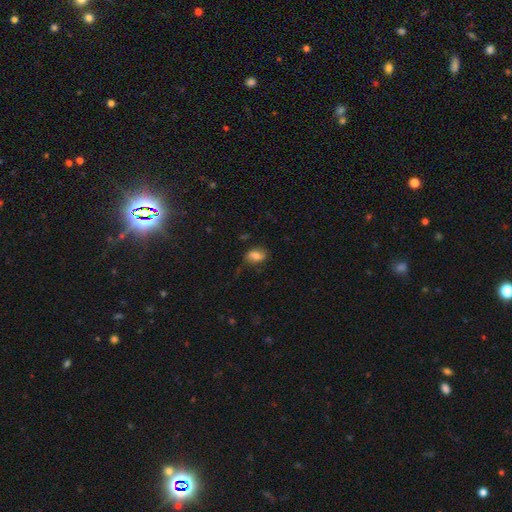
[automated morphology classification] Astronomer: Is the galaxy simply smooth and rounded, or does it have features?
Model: smooth — 68%.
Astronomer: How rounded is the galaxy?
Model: in between — 82%.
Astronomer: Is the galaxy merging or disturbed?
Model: none — 68%.